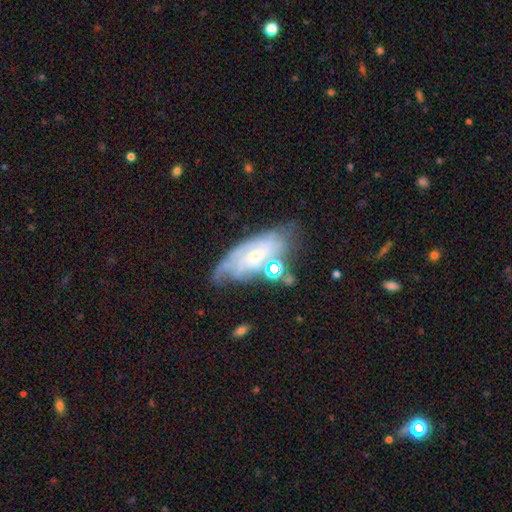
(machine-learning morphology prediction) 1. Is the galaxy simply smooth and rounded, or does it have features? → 72% featured or disk, 20% smooth, 8% star or artifact.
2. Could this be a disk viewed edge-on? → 90% no, 10% yes.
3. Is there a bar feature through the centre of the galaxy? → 62% no, 31% weak, 7% strong.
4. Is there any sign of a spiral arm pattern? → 88% yes, 12% no.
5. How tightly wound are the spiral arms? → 59% tight, 31% medium, 10% loose.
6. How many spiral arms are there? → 50% can't tell, 19% 2, 14% 3, 7% 4, 5% 1, 4% more than 4.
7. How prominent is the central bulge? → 66% small, 25% moderate, 6% none, 2% large, 1% dominant.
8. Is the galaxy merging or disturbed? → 51% none, 26% minor disturbance, 14% major disturbance, 9% merger.